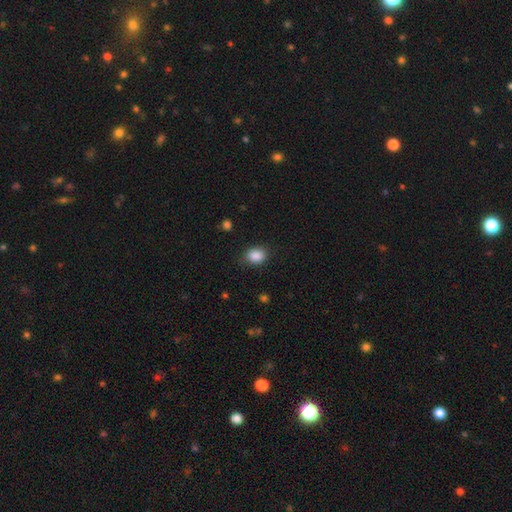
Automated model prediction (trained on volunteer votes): Smooth or featured: smooth — 87% (star or artifact — 9%)
How rounded: in between — 56% (round — 43%)
Merging: none — 82% (minor disturbance — 13%)